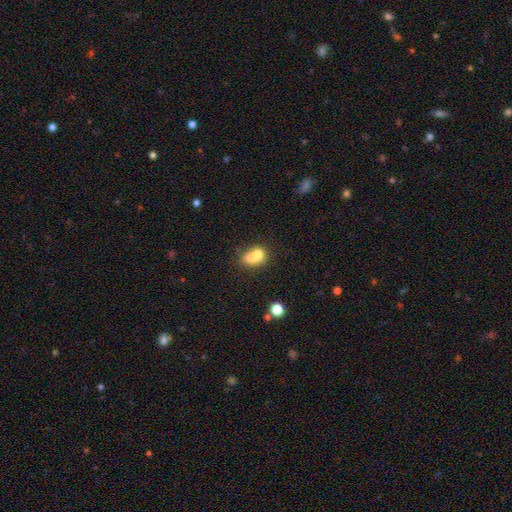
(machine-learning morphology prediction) Smooth or featured? smooth (70%)
How rounded? in between (64%)
Merging? merger (50%)